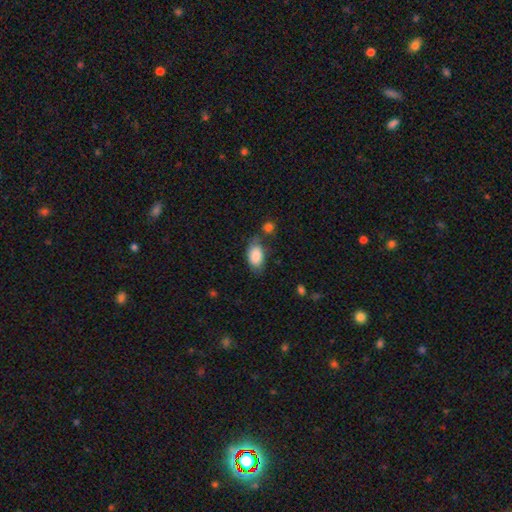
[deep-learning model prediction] Smooth or featured?
  - smooth: 85% *
  - featured or disk: 8%
  - star or artifact: 7%
How rounded?
  - in between: 91% *
  - round: 7%
  - cigar-shaped: 2%
Merging?
  - none: 61% *
  - minor disturbance: 23%
  - merger: 9%
  - major disturbance: 7%